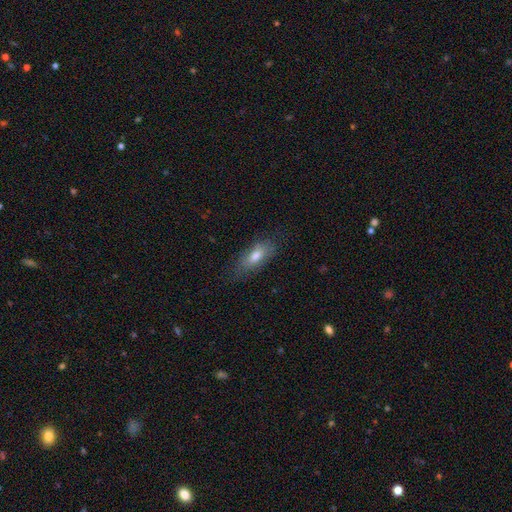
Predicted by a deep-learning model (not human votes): Smooth or featured? smooth (71%)
How rounded? in between (74%)
Merging? none (72%)